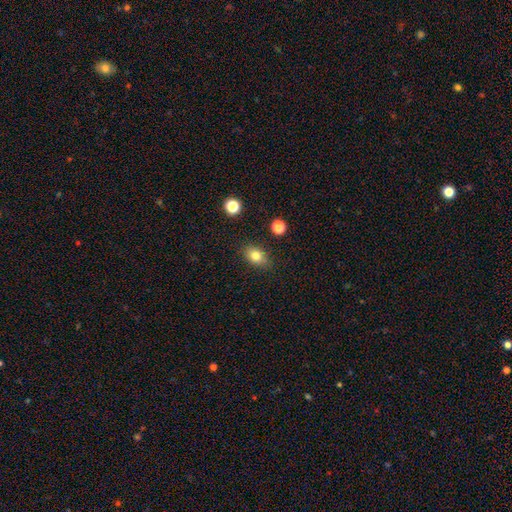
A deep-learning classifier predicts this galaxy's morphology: smooth_or_featured: smooth (p=0.81) [alt: star or artifact p=0.10]
how_rounded: in between (p=0.74) [alt: round p=0.24]
merging: none (p=0.83) [alt: minor disturbance p=0.12]